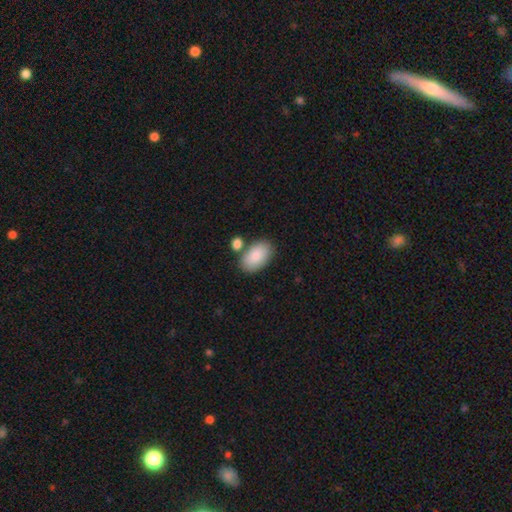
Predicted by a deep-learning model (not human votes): Smooth or featured? smooth (85%)
How rounded? in between (94%)
Merging? none (68%)